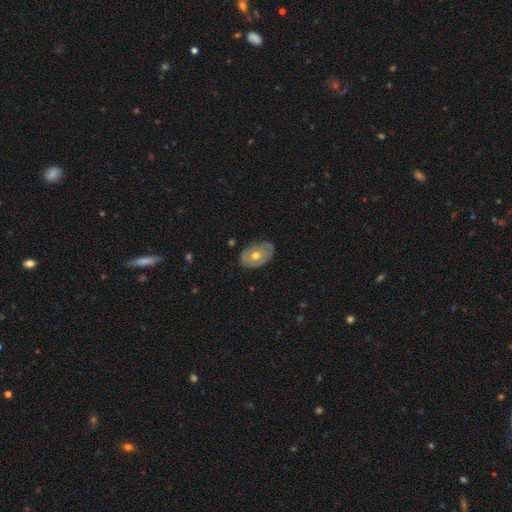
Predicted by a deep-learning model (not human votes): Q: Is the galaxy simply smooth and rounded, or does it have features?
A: featured or disk — 49%.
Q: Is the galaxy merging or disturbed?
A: none — 76%.